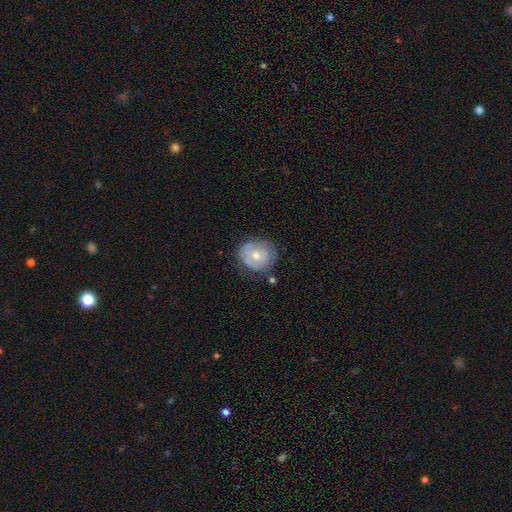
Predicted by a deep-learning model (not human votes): Morphology: type=featured or disk (48%); merging=none (62%).